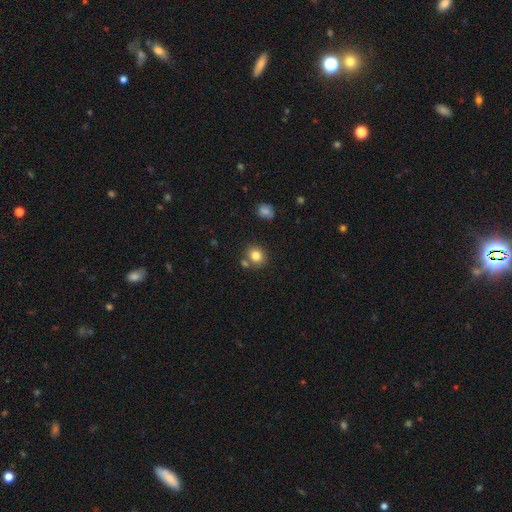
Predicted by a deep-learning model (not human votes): Q: Smooth or featured?
A: smooth (82%); runner-up: star or artifact (11%)
Q: How rounded?
A: round (71%); runner-up: in between (28%)
Q: Merging?
A: none (73%); runner-up: merger (13%)